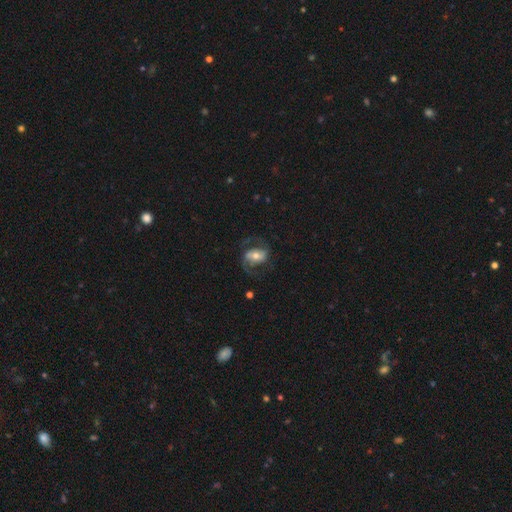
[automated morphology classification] smooth-or-featured: featured or disk: 76% | smooth: 17% | star or artifact: 7%
  disk-edge-on: no: 97% | yes: 3%
    bar: weak: 35% | strong: 34% | no: 31%
    has-spiral-arms: yes: 91% | no: 9%
      spiral-winding: medium: 51% | loose: 36% | tight: 13%
      spiral-arm-count: 2: 90% | can't tell: 4% | 1: 3% | 3: 1% | 4: 1% | more than 4: 1%
    bulge-size: moderate: 59% | small: 29% | large: 9% | dominant: 2% | none: 2%
  merging: none: 68% | major disturbance: 16% | minor disturbance: 15% | merger: 1%